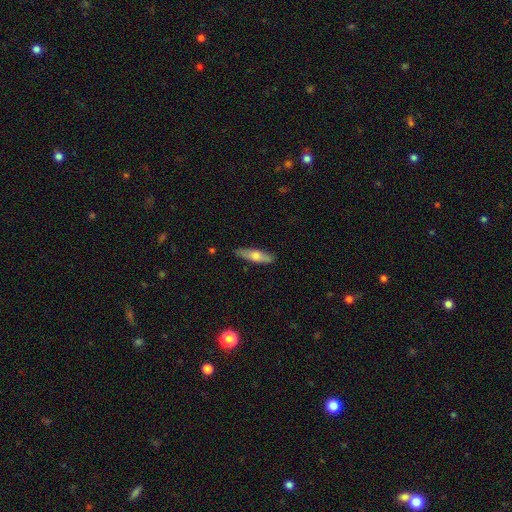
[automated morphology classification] The model was most divided on "smooth or featured": smooth: 61%, featured or disk: 33%, star or artifact: 6%. More confident: merging — none (85%); how rounded — cigar-shaped (65%).